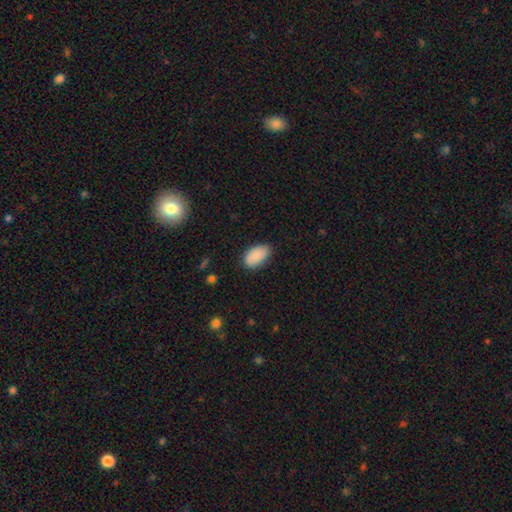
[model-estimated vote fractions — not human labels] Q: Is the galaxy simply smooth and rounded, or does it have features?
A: smooth — 88%.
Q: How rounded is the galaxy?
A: in between — 94%.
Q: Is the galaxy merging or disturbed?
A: none — 79%.